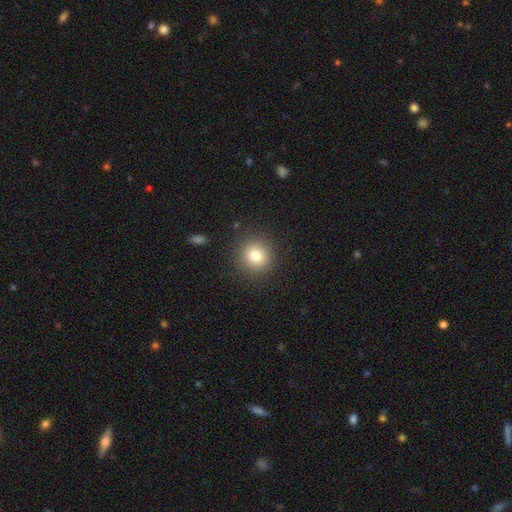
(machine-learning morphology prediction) Q: Smooth or featured?
A: smooth (80%); runner-up: star or artifact (12%)
Q: How rounded?
A: round (90%); runner-up: in between (9%)
Q: Merging?
A: none (90%); runner-up: minor disturbance (6%)